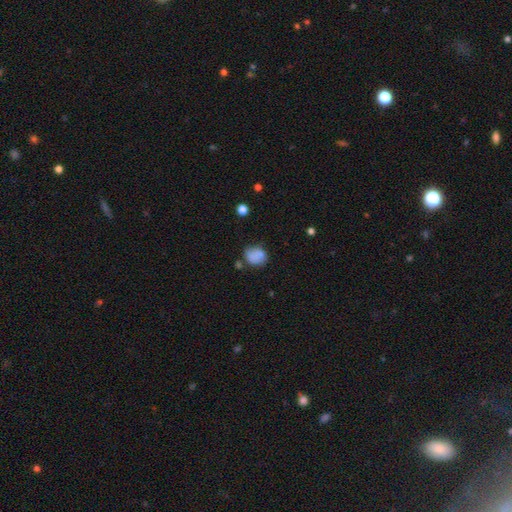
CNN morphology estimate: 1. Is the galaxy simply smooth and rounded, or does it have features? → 82% smooth, 10% star or artifact, 8% featured or disk.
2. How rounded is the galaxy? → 60% round, 39% in between, 1% cigar-shaped.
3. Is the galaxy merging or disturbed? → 61% none, 23% minor disturbance, 8% merger, 7% major disturbance.